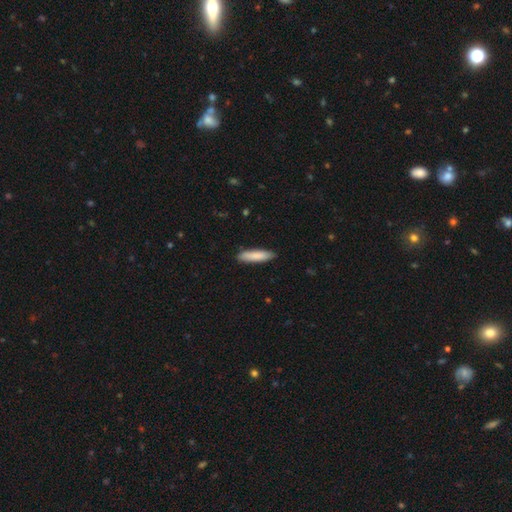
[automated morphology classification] Smooth or featured?
  - smooth: 85% *
  - featured or disk: 10%
  - star or artifact: 5%
How rounded?
  - cigar-shaped: 74% *
  - in between: 24%
  - round: 1%
Merging?
  - none: 86% *
  - minor disturbance: 11%
  - major disturbance: 2%
  - merger: 1%